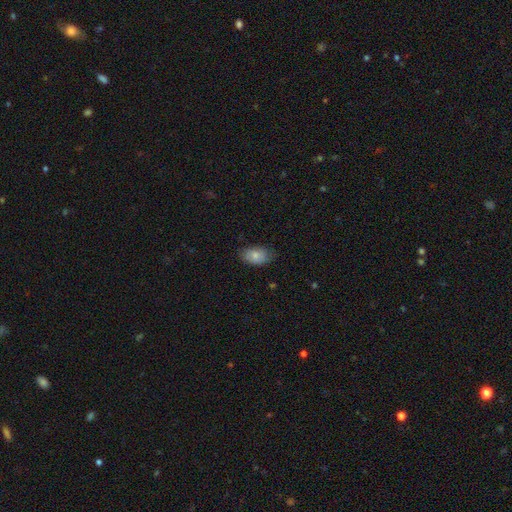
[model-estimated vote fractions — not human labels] This is likely a smooth galaxy (80%). How rounded: clearly in between (91%). Merging: likely none (78%).